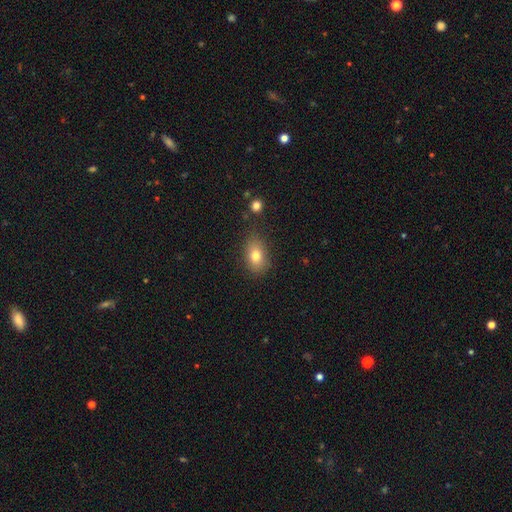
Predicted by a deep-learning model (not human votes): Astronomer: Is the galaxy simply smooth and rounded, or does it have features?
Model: smooth — 77%.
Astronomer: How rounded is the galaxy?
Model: in between — 79%.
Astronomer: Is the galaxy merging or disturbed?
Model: none — 77%.